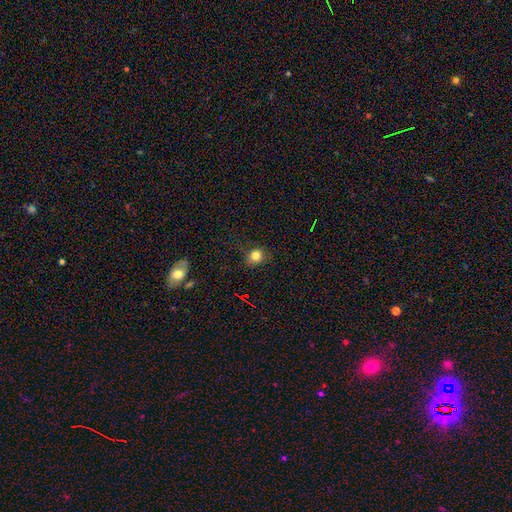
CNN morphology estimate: This is clearly a smooth galaxy (81%). How rounded: likely round (79%). Merging: clearly none (81%).